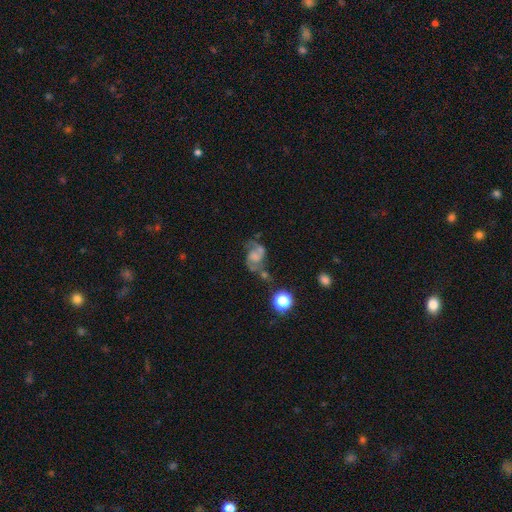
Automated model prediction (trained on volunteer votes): Smooth or featured: featured or disk — 70% (smooth — 18%)
Edge-on disk: no — 98% (yes — 2%)
Bar: no — 62% (weak — 31%)
Spiral arms: yes — 89% (no — 11%)
Spiral winding: loose — 44% (medium — 43%)
Spiral arm count: 2 — 87% (can't tell — 5%)
Bulge size: none — 47% (small — 19%)
Merging: none — 41% (major disturbance — 22%)